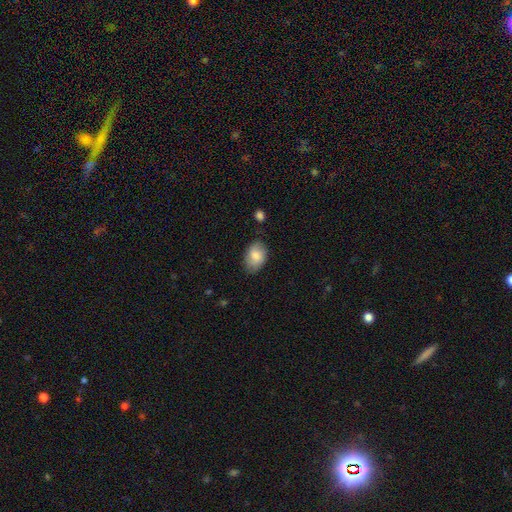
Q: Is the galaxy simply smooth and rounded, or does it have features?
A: smooth — 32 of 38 (84%).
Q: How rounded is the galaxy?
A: in between — 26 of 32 (81%).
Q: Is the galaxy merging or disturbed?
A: none — 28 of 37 (76%).